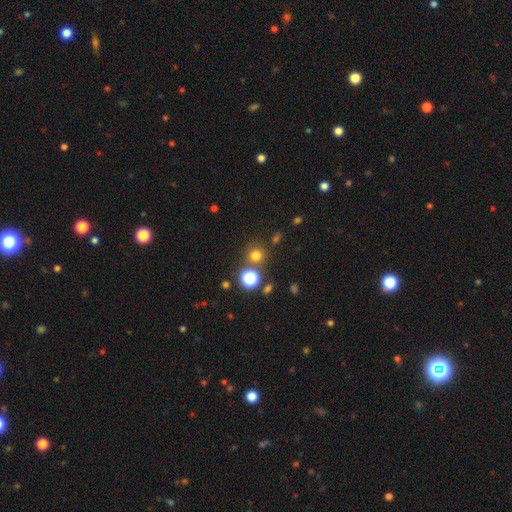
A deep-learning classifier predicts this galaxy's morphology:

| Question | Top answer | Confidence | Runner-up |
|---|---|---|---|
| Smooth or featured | smooth | 72% | star or artifact (22%) |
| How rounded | round | 92% | in between (7%) |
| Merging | none | 79% | merger (10%) |